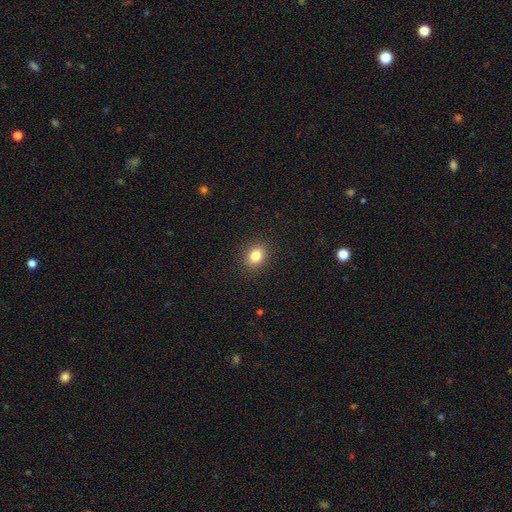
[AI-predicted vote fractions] Smooth or featured?
  - smooth: 83% *
  - star or artifact: 10%
  - featured or disk: 6%
How rounded?
  - in between: 51% *
  - round: 47%
  - cigar-shaped: 1%
Merging?
  - none: 89% *
  - minor disturbance: 7%
  - major disturbance: 2%
  - merger: 1%